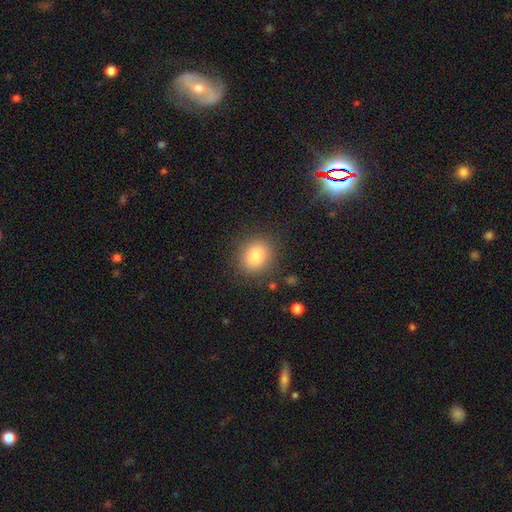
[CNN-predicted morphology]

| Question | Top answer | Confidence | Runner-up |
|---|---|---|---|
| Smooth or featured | smooth | 83% | star or artifact (10%) |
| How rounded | round | 70% | in between (29%) |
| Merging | none | 85% | minor disturbance (10%) |